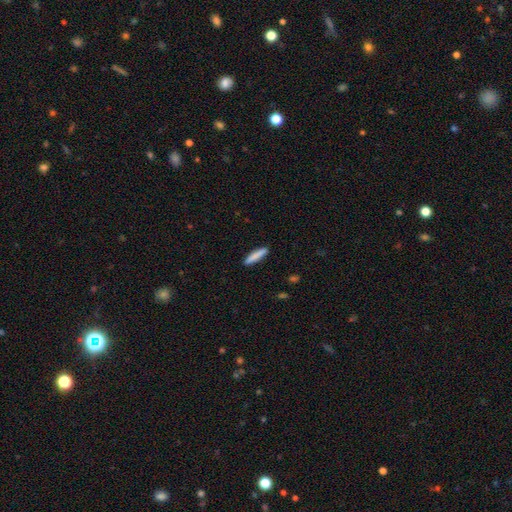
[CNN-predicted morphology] Overall: smooth (84%). How rounded: cigar-shaped (90%). Merging: none (91%).